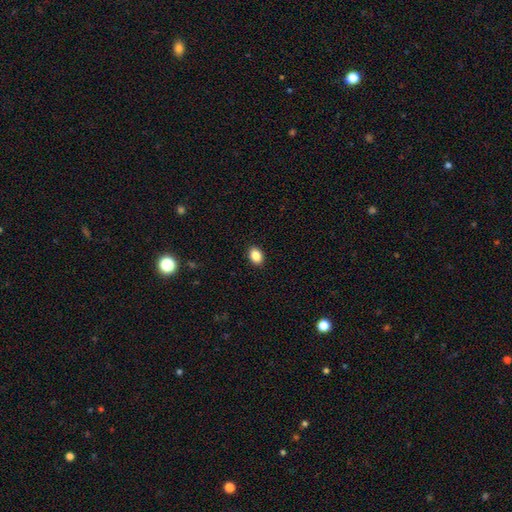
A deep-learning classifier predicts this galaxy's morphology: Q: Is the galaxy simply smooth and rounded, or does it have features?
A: smooth — 87%.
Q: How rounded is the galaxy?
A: in between — 75%.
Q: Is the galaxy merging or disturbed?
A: none — 91%.